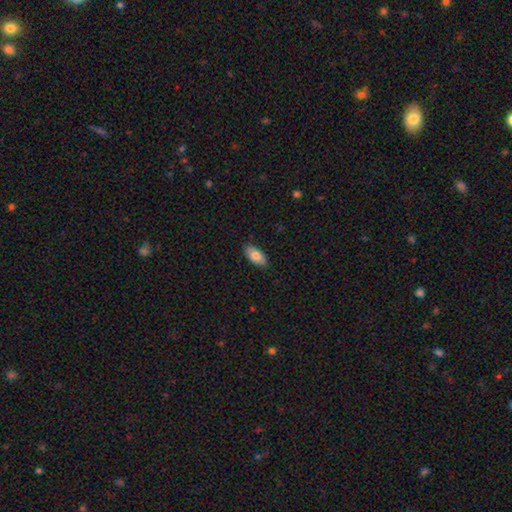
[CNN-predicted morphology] The model was most divided on "smooth or featured": smooth: 80%, featured or disk: 14%, star or artifact: 6%. More confident: how rounded — in between (89%); merging — none (88%).